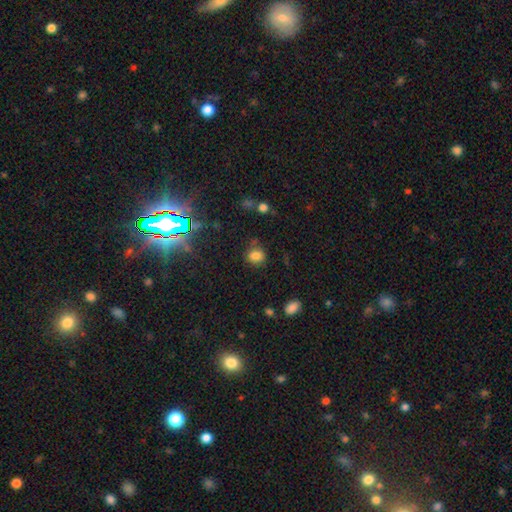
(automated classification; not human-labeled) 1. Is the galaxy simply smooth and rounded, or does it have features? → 77% smooth, 16% star or artifact, 7% featured or disk.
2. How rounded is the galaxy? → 62% round, 37% in between, 1% cigar-shaped.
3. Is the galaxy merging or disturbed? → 70% none, 19% minor disturbance, 6% major disturbance, 4% merger.